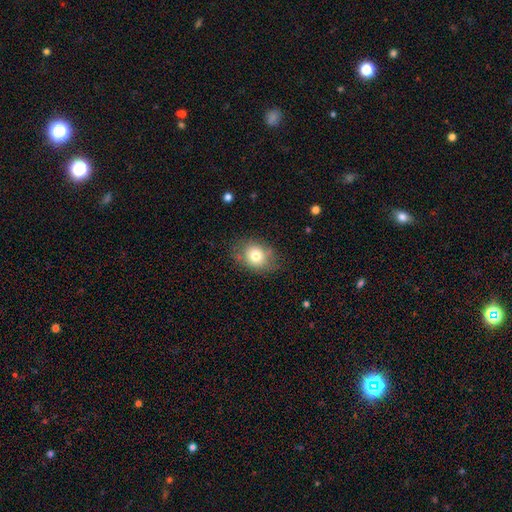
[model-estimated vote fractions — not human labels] This appears to be a smooth galaxy with no disk features (75%) that is in between round and cigar-shaped (53%). Merging: none (72%).